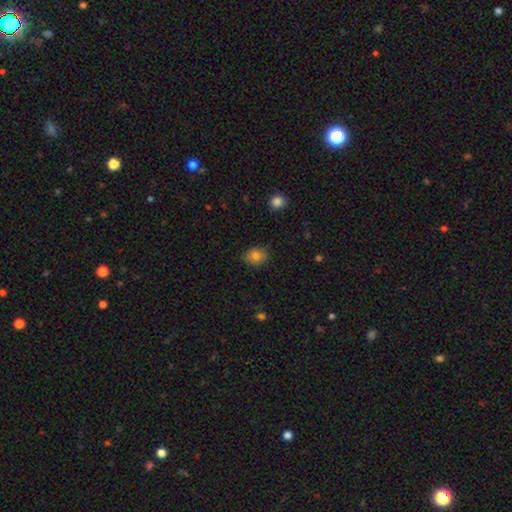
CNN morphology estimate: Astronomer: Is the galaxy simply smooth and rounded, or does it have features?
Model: smooth — 82%.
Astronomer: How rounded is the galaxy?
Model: round — 52% (runner-up: in between, 47%).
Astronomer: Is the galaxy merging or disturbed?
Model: none — 82%.